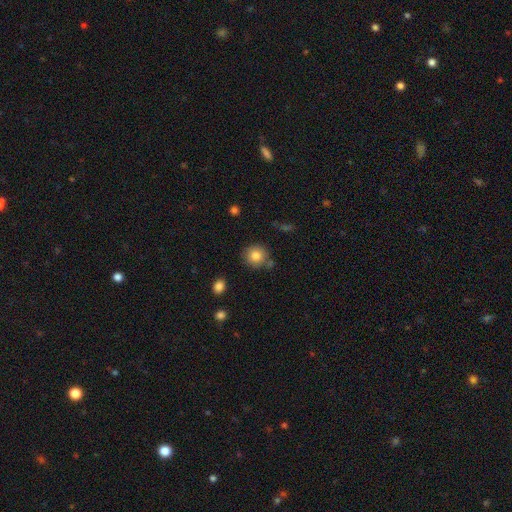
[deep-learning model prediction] Smooth or featured? Predicted: smooth (p=0.82). How rounded? Predicted: round (p=0.91). Merging? Predicted: none (p=0.79).